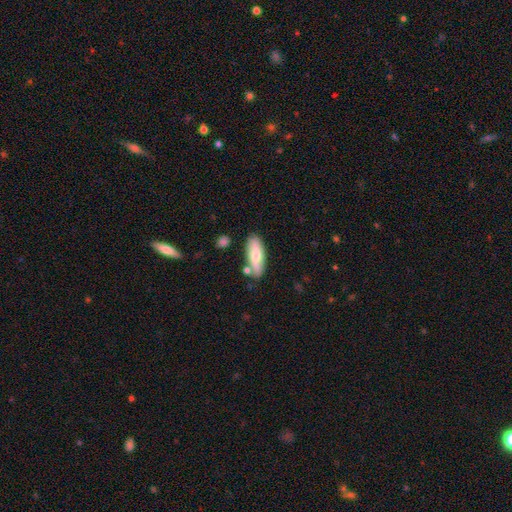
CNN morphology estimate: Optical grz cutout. It shows a smooth galaxy with no disk features (66%) that is in between round and cigar-shaped (66%). Merging: none (76%).